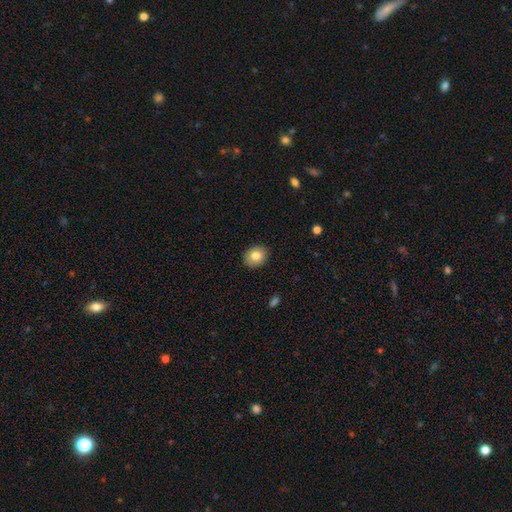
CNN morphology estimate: smooth 82%, featured or disk 10%, star or artifact 9%. Down the decision tree: how rounded — in between (51%); merging — none (90%).